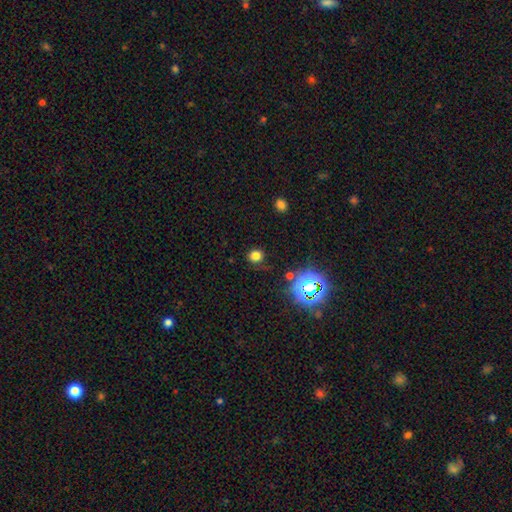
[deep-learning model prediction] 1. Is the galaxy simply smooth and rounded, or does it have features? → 71% smooth, 23% star or artifact, 6% featured or disk.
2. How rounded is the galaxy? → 83% round, 16% in between, 1% cigar-shaped.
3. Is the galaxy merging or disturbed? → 80% none, 12% minor disturbance, 5% major disturbance, 2% merger.